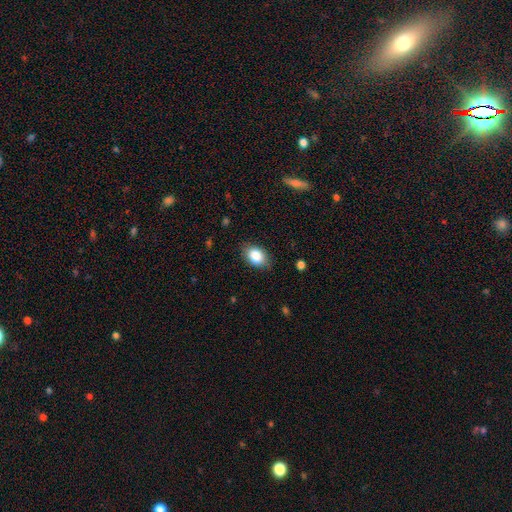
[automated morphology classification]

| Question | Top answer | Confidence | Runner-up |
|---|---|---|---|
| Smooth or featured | smooth | 85% | star or artifact (8%) |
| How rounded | in between | 83% | round (16%) |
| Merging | none | 82% | minor disturbance (14%) |